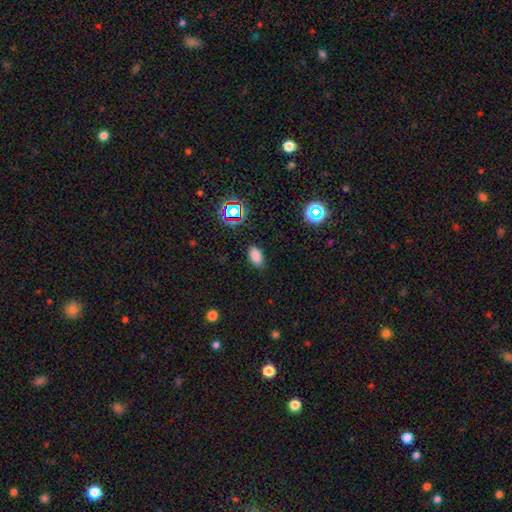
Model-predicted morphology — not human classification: Smooth or featured: smooth — 79% (star or artifact — 15%)
How rounded: in between — 91% (round — 7%)
Merging: none — 83% (minor disturbance — 13%)